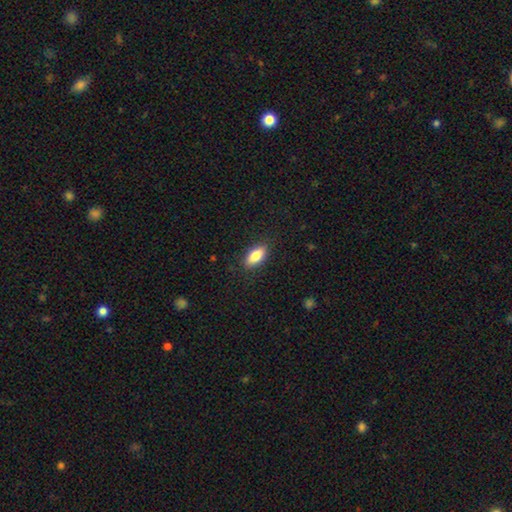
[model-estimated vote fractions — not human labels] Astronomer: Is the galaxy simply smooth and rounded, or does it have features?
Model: smooth — 83%.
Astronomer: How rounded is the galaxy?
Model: in between — 85%.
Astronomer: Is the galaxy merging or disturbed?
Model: none — 87%.